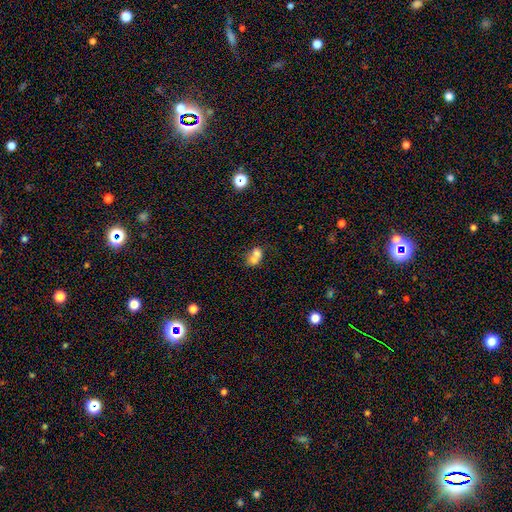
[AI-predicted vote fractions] Smooth or featured? Predicted: smooth (p=0.67). How rounded? Predicted: round (p=0.51). Merging? Predicted: merger (p=0.67).